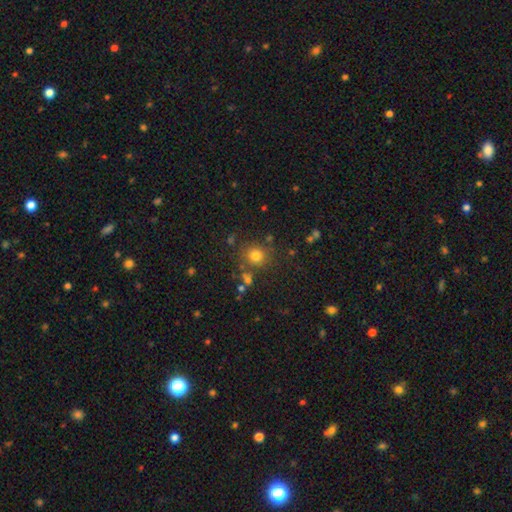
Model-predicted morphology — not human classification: smooth-or-featured: smooth: 77% | star or artifact: 16% | featured or disk: 7%
  how-rounded: round: 86% | in between: 13% | cigar-shaped: 1%
  merging: none: 79% | minor disturbance: 10% | merger: 7% | major disturbance: 4%